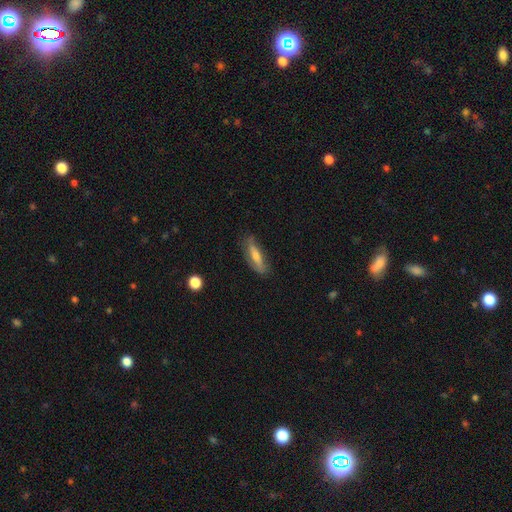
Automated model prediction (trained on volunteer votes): This appears to be a smooth galaxy with no disk features (55%) that is cigar-shaped (66%). Merging: none (76%).